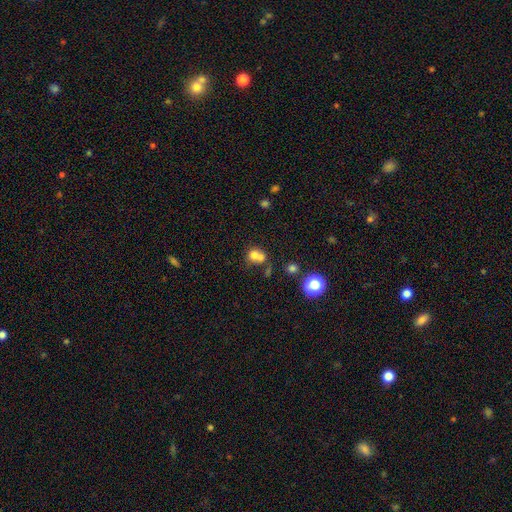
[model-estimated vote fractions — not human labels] Morphology: type=smooth (72%); roundness=round (70%); merging=merger (54%).